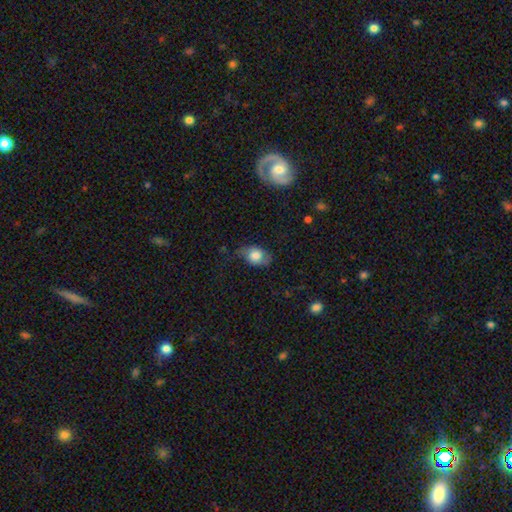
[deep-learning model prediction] This appears to be a smooth galaxy with no disk features (69%) that is in between round and cigar-shaped (76%). Merging: none (55%).